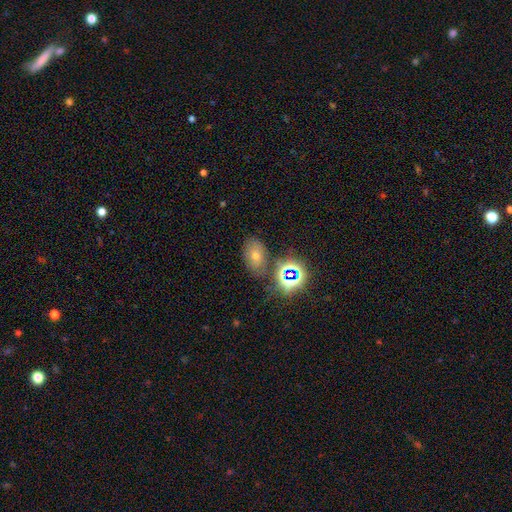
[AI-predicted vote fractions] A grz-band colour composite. It shows a star or artifact, not a galaxy (41%).